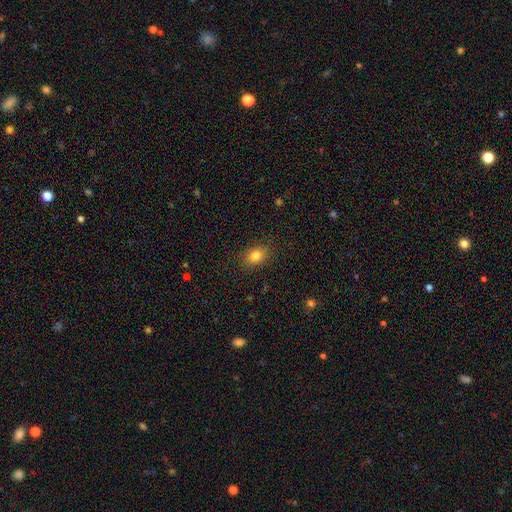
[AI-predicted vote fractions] A smooth galaxy with no disk features (82%) that is in between round and cigar-shaped (60%).

Vote fractions:
- Smooth or featured? smooth: 82% / star or artifact: 11% / featured or disk: 7%
- How rounded? in between: 60% / round: 39% / cigar-shaped: 1%
- Merging? none: 86% / minor disturbance: 10% / major disturbance: 3% / merger: 1%